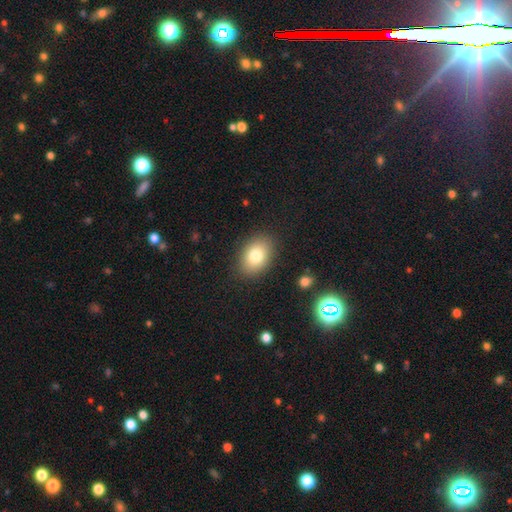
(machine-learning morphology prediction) Smooth or featured? Predicted: smooth (p=0.80). How rounded? Predicted: in between (p=0.80). Merging? Predicted: none (p=0.87).